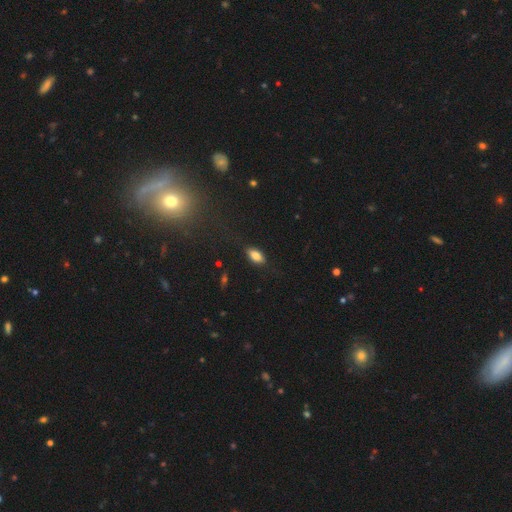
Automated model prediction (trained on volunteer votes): smooth 82%, featured or disk 10%, star or artifact 9%. Down the decision tree: how rounded — in between (88%); merging — none (81%).